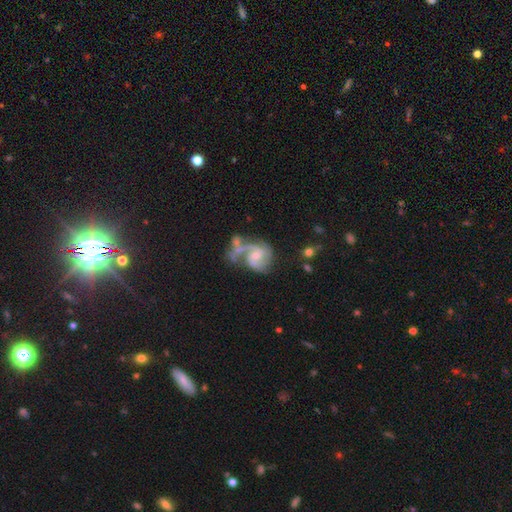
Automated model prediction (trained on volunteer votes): A featured or disk galaxy (86%) with no bar (52%), 2 (68%) medium (52%) spiral arms (96%) and a small central bulge (51%). Merging: none (32%).